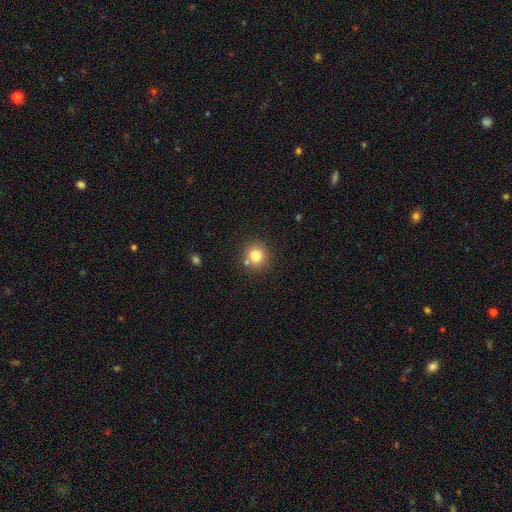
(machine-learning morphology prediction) smooth_or_featured: smooth (p=0.79) [alt: star or artifact p=0.12]
how_rounded: round (p=0.92) [alt: in between p=0.07]
merging: none (p=0.79) [alt: merger p=0.10]